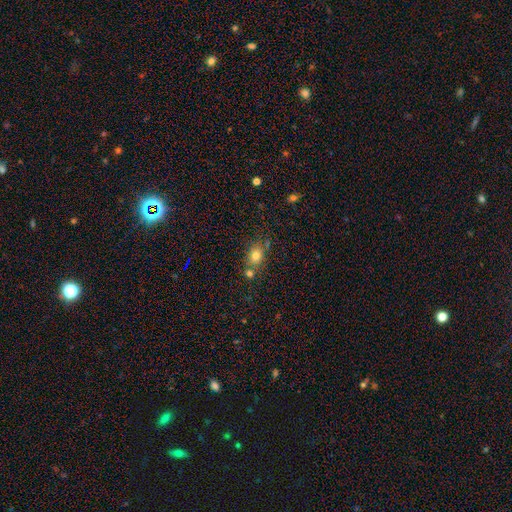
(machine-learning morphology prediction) This is likely a smooth galaxy (76%). How rounded: possibly in between (51%). Merging: likely none (63%).